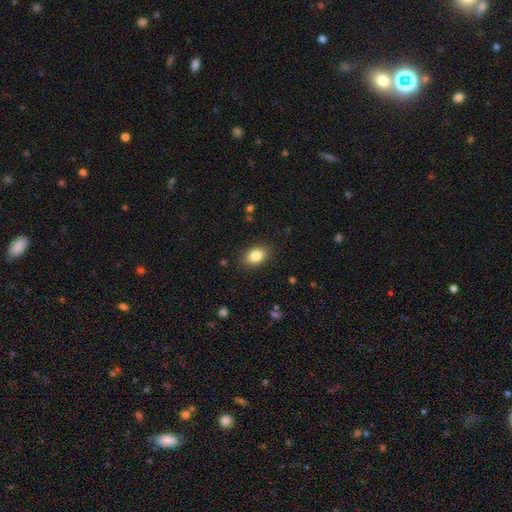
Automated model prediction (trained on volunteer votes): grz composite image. It shows a smooth galaxy with no disk features (85%) that is in between round and cigar-shaped (84%). Merging: none (86%).